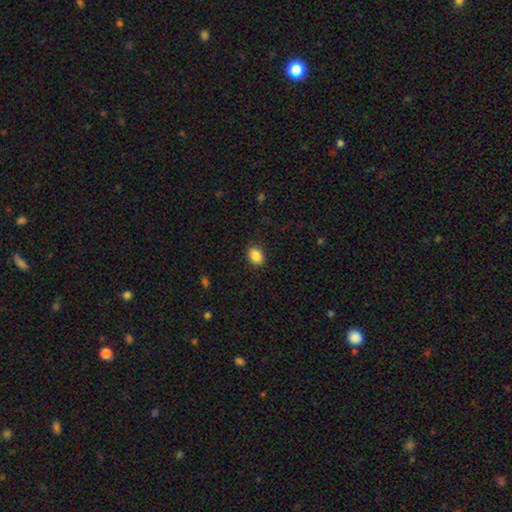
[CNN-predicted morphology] type=smooth (87%); roundness=in between (76%); merging=none (88%).